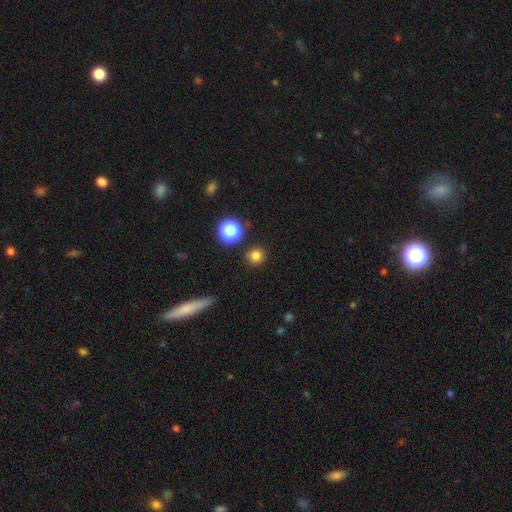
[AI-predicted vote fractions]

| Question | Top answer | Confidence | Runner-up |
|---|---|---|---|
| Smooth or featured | smooth | 79% | star or artifact (16%) |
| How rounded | round | 92% | in between (7%) |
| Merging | none | 88% | minor disturbance (7%) |